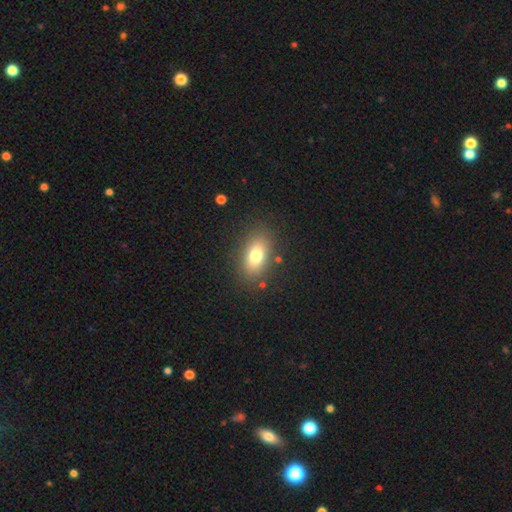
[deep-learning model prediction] Overall: smooth (76%). How rounded: in between (84%). Merging: none (84%).